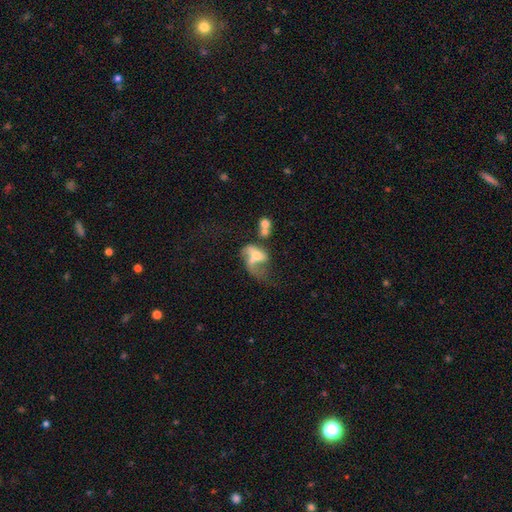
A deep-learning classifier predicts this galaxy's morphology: type=featured or disk (51%); edge-on=no (96%); merging=major disturbance (39%).